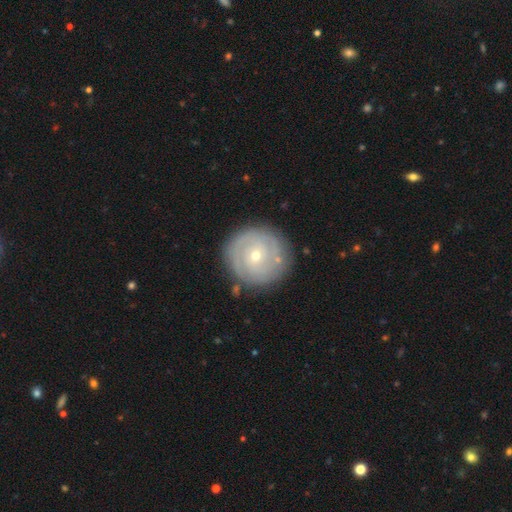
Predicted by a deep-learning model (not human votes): Morphology: type=featured or disk (76%); edge-on=no (98%); bar=no (72%); spiral arms=yes (88%); winding=tight (80%); arm count=2 (35%); bulge=small (64%); merging=none (84%).